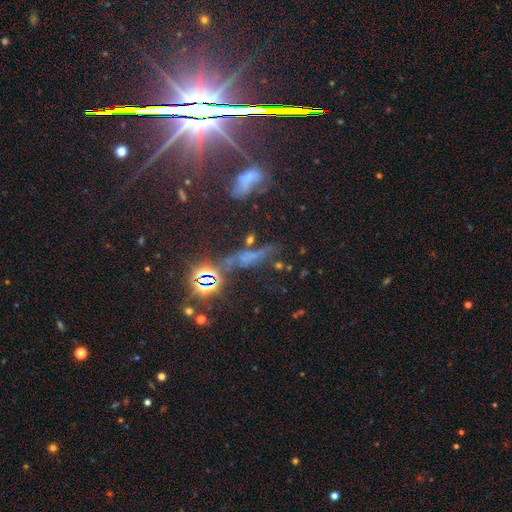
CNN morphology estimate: Smooth or featured?
  - star or artifact: 40% *
  - smooth: 35%
  - featured or disk: 26%